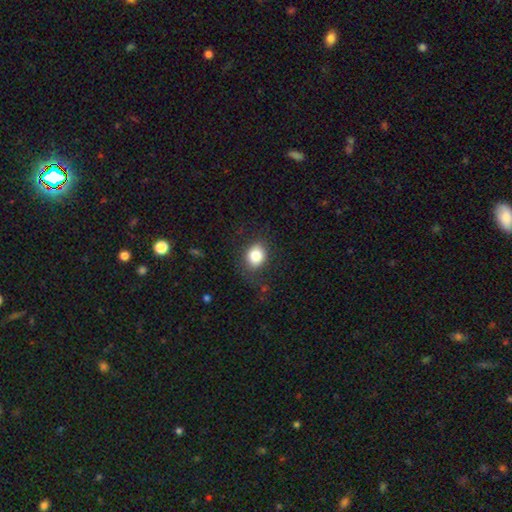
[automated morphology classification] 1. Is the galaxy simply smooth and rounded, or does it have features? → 82% smooth, 10% star or artifact, 8% featured or disk.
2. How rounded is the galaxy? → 58% round, 41% in between, 1% cigar-shaped.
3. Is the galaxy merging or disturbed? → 79% none, 15% minor disturbance, 6% major disturbance, 1% merger.